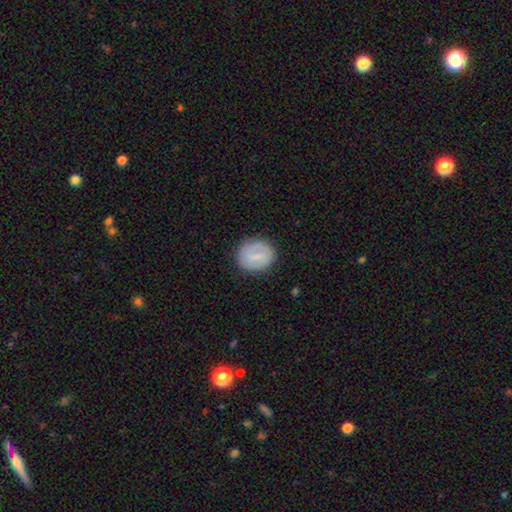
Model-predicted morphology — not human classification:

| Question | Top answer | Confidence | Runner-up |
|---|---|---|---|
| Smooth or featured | smooth | 64% | featured or disk (29%) |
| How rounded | round | 67% | in between (32%) |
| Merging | none | 83% | minor disturbance (12%) |